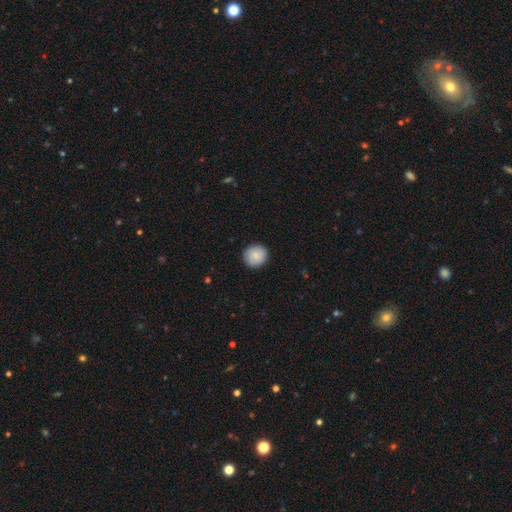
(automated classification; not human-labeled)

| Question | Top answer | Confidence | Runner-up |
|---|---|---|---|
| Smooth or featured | smooth | 83% | featured or disk (10%) |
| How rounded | round | 89% | in between (10%) |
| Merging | none | 89% | minor disturbance (8%) |